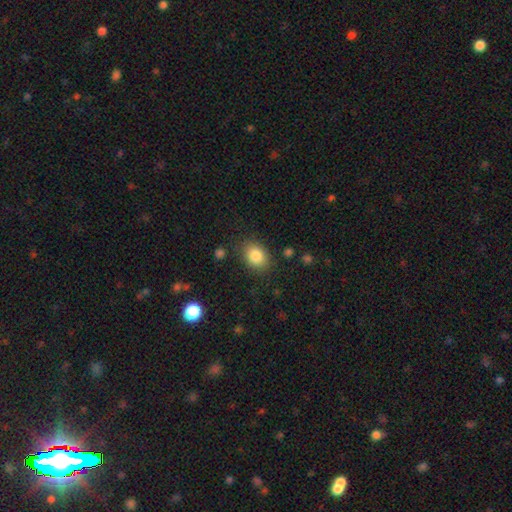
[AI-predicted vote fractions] This appears to be a smooth galaxy with no disk features (85%) that is in between round and cigar-shaped (63%). Merging: none (82%).